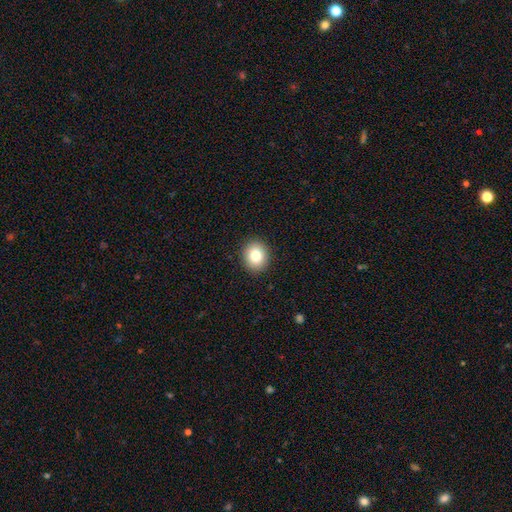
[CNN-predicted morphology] Smooth or featured?
  - smooth: 81% *
  - star or artifact: 10%
  - featured or disk: 9%
How rounded?
  - round: 72% *
  - in between: 27%
  - cigar-shaped: 1%
Merging?
  - none: 91% *
  - minor disturbance: 6%
  - major disturbance: 2%
  - merger: 1%